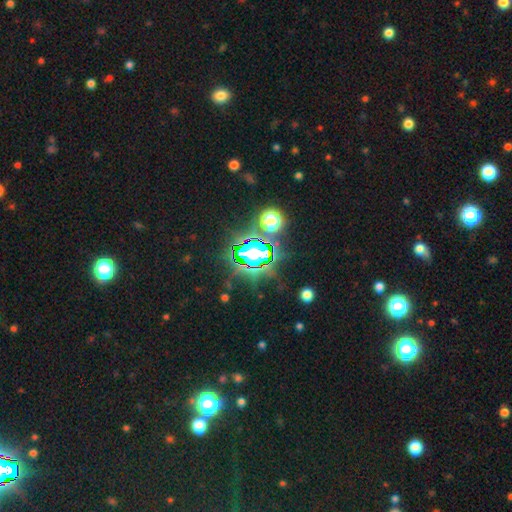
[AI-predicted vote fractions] smooth-or-featured: star or artifact: 81% | smooth: 12% | featured or disk: 7%